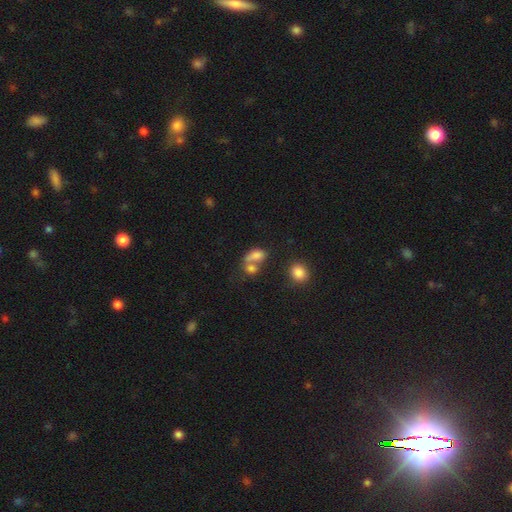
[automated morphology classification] Smooth or featured?
  - smooth: 75% *
  - featured or disk: 14%
  - star or artifact: 12%
How rounded?
  - in between: 78% *
  - round: 19%
  - cigar-shaped: 3%
Merging?
  - merger: 59% *
  - none: 23%
  - minor disturbance: 10%
  - major disturbance: 8%